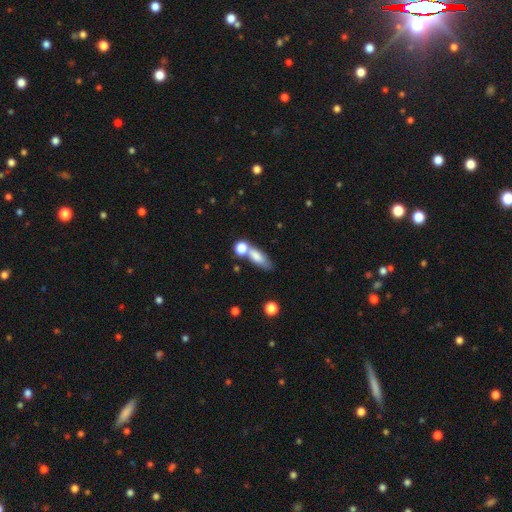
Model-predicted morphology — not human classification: Overall: smooth (76%). How rounded: in between (62%; cigar-shaped 30%). Merging: none (43%; merger 33%).